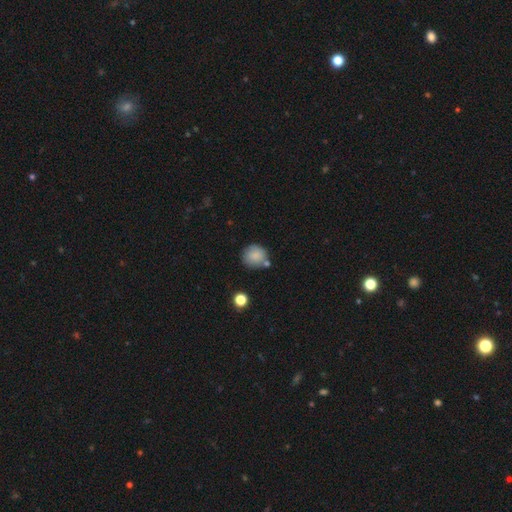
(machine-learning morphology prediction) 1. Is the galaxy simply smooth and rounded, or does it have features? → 84% smooth, 9% star or artifact, 7% featured or disk.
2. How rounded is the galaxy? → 89% round, 10% in between, 1% cigar-shaped.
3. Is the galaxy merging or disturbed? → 71% none, 14% minor disturbance, 11% merger, 4% major disturbance.